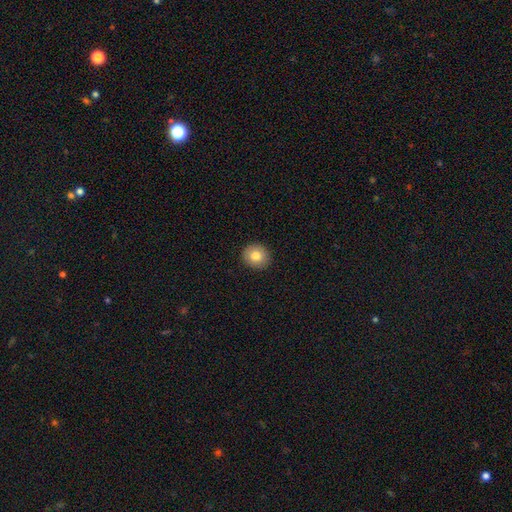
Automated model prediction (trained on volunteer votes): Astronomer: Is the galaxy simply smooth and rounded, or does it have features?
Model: smooth — 82%.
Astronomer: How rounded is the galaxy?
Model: round — 85%.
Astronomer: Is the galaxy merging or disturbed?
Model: none — 92%.